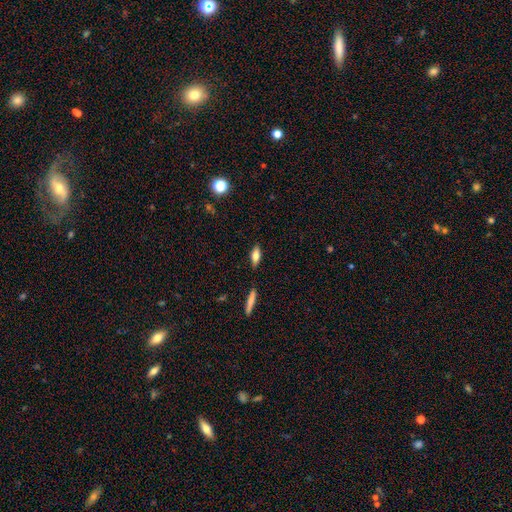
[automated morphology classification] Smooth or featured? Predicted: smooth (p=0.71). How rounded? Predicted: in between (p=0.63). Merging? Predicted: none (p=0.85).